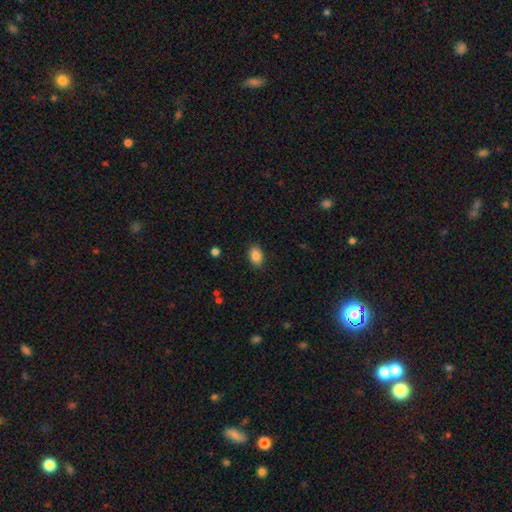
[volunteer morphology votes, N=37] type=smooth (95%); roundness=in between (86%); merging=none (92%).